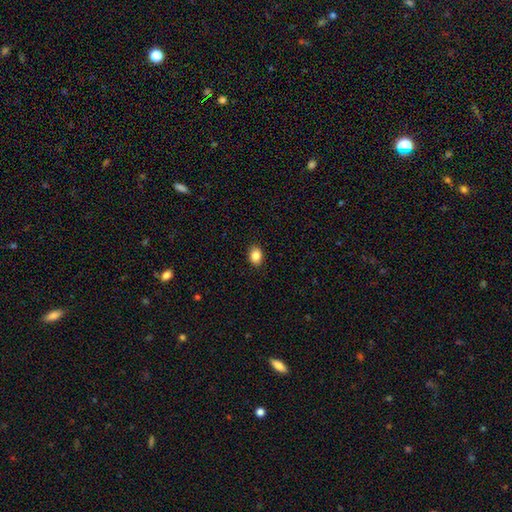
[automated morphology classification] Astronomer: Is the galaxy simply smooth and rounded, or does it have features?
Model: smooth — 86%.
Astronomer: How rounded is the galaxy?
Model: in between — 62% (runner-up: round, 37%).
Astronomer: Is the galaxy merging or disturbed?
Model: none — 90%.